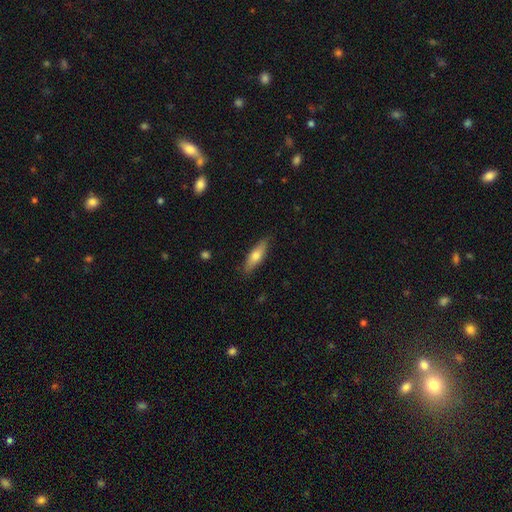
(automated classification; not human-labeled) smooth 65%, featured or disk 29%, star or artifact 6%. Down the decision tree: how rounded — cigar-shaped (57%); merging — none (86%).